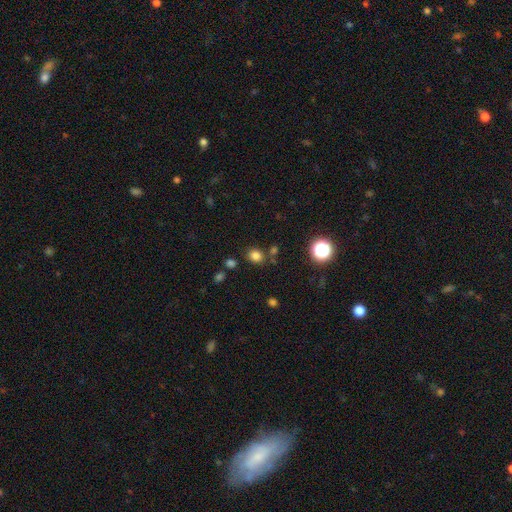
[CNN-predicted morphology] smooth 79%, star or artifact 17%, featured or disk 5%. Down the decision tree: how rounded — round (72%); merging — none (79%).